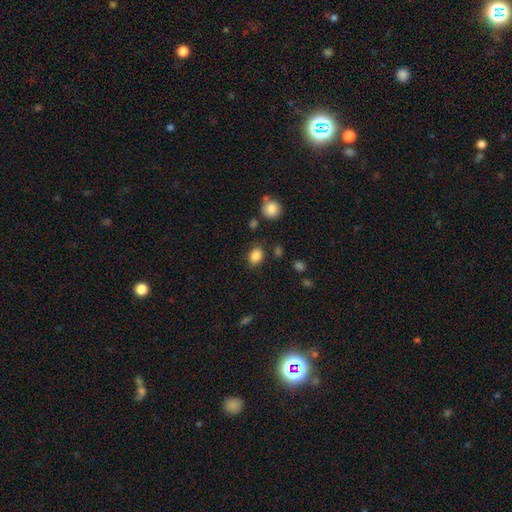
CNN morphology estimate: smooth 85%, star or artifact 10%, featured or disk 4%. Down the decision tree: how rounded — in between (55%); merging — none (80%).